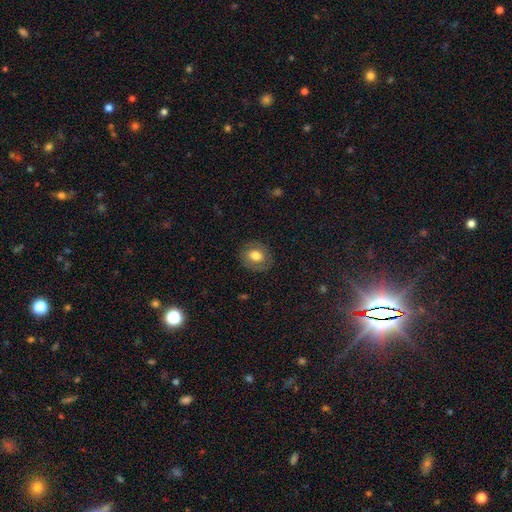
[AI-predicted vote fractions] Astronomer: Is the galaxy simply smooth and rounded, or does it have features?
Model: smooth — 73%.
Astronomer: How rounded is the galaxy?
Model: round — 59% (runner-up: in between, 40%).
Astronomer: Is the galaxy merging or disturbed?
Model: none — 85%.